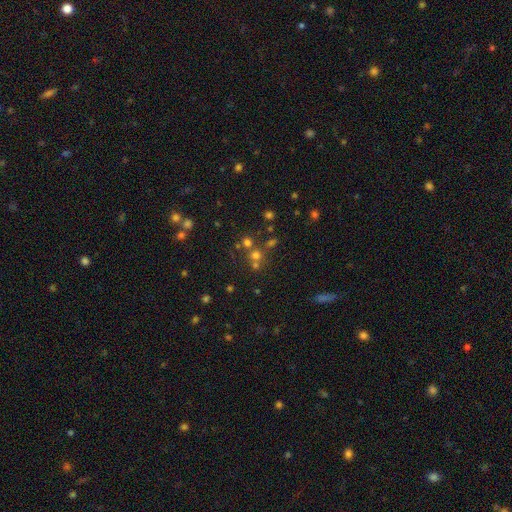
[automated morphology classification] This appears to be a smooth galaxy with no disk features (51%) that is round (88%). Merging: none (59%).